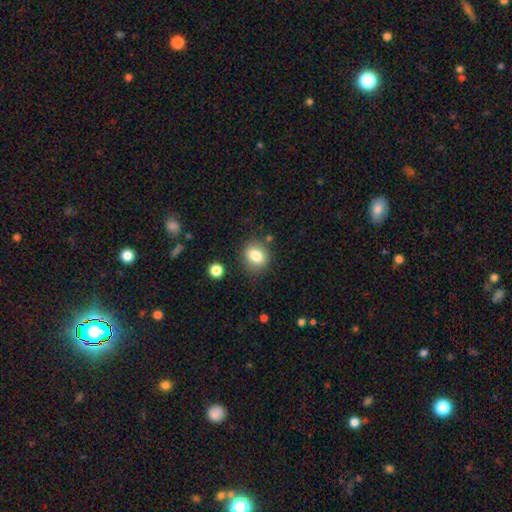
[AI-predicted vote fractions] Morphology: type=smooth (81%); roundness=round (58%); merging=none (82%).